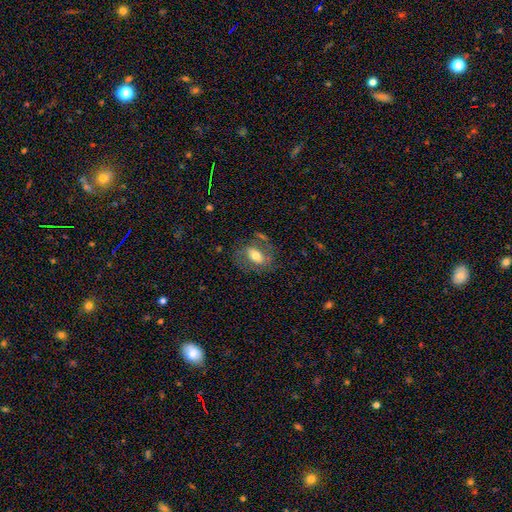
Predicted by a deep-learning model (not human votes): Smooth or featured: smooth — 54% (featured or disk — 38%)
How rounded: in between — 80% (round — 16%)
Merging: none — 62% (minor disturbance — 19%)